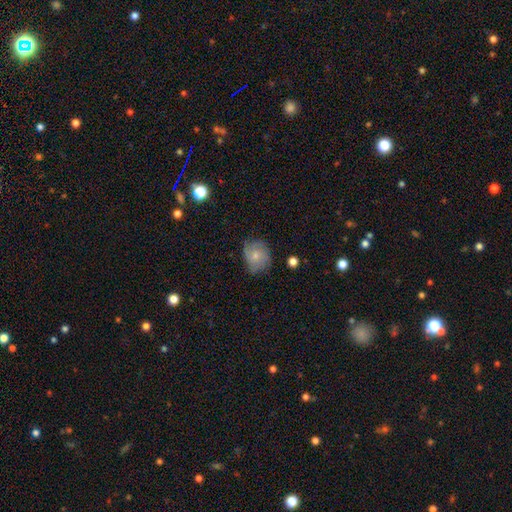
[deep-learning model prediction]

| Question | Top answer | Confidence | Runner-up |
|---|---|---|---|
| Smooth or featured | smooth | 47% | featured or disk (44%) |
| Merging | none | 68% | minor disturbance (24%) |